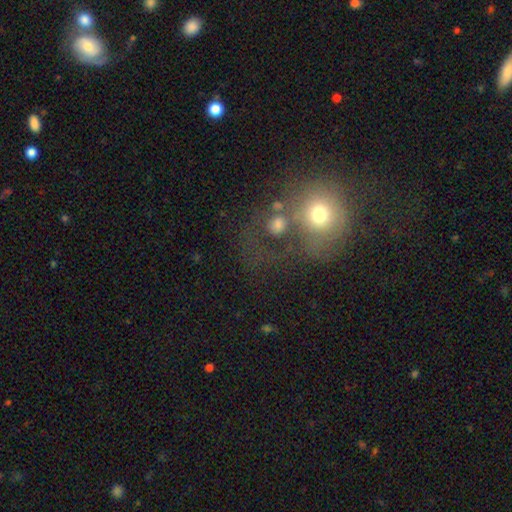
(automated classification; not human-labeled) Smooth or featured?
  - smooth: 54% *
  - featured or disk: 24%
  - star or artifact: 22%
How rounded?
  - round: 77% *
  - in between: 22%
  - cigar-shaped: 1%
Merging?
  - merger: 51% *
  - none: 22%
  - major disturbance: 17%
  - minor disturbance: 9%